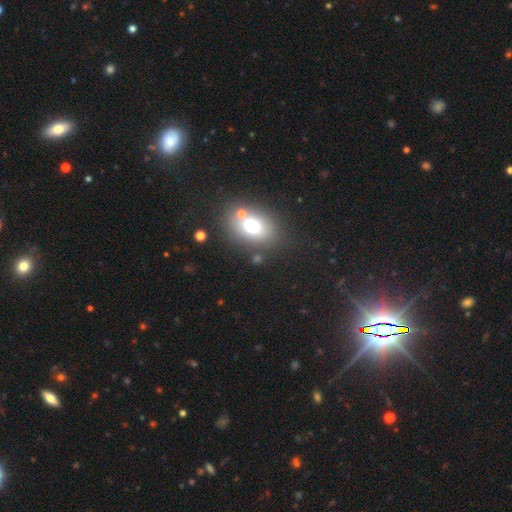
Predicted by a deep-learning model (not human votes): The model was most divided on "smooth or featured": smooth: 55%, star or artifact: 31%, featured or disk: 14%. More confident: merging — none (71%); how rounded — in between (65%).